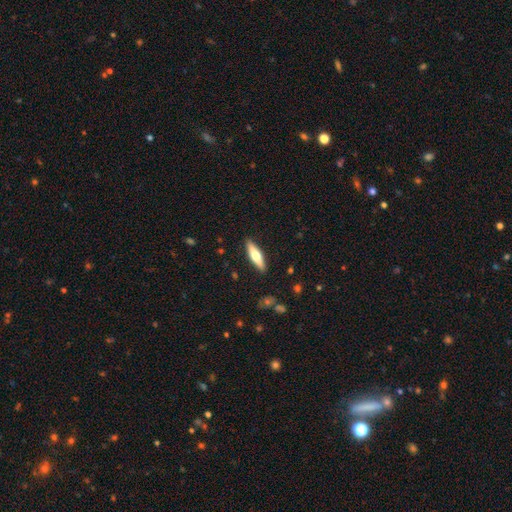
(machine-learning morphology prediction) Smooth or featured? Predicted: smooth (p=0.54). How rounded? Predicted: cigar-shaped (p=0.67). Merging? Predicted: none (p=0.90).